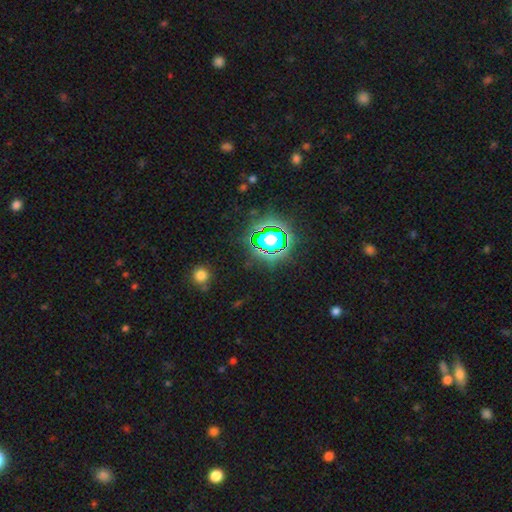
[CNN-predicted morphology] Smooth or featured?
  - star or artifact: 77% *
  - smooth: 15%
  - featured or disk: 8%